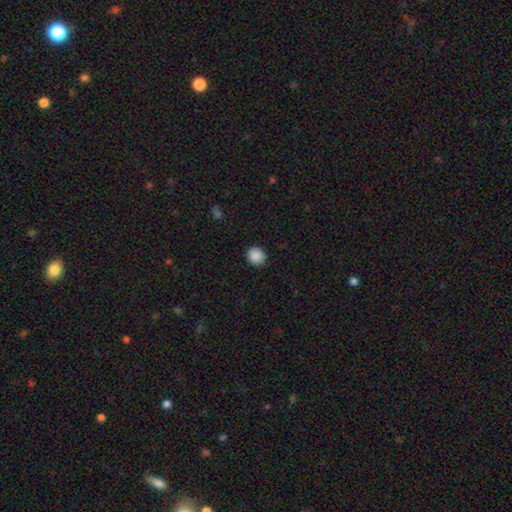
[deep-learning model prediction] A smooth galaxy with no disk features (89%) that is round (89%). Merging: none (91%).